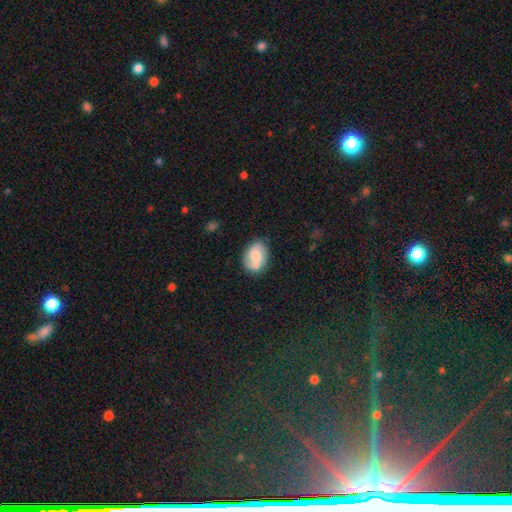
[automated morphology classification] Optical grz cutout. It shows a smooth galaxy with no disk features (55%) that is in between round and cigar-shaped (78%). Merging: none (60%).